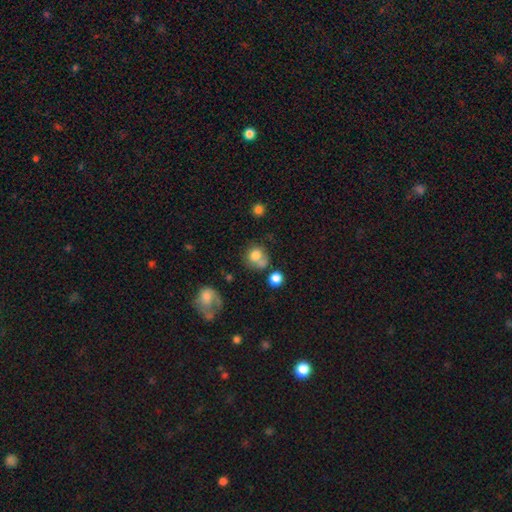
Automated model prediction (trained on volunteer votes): smooth-or-featured: smooth: 74% | featured or disk: 15% | star or artifact: 11%
  how-rounded: round: 74% | in between: 25% | cigar-shaped: 1%
  merging: none: 39% | merger: 28% | minor disturbance: 18% | major disturbance: 14%